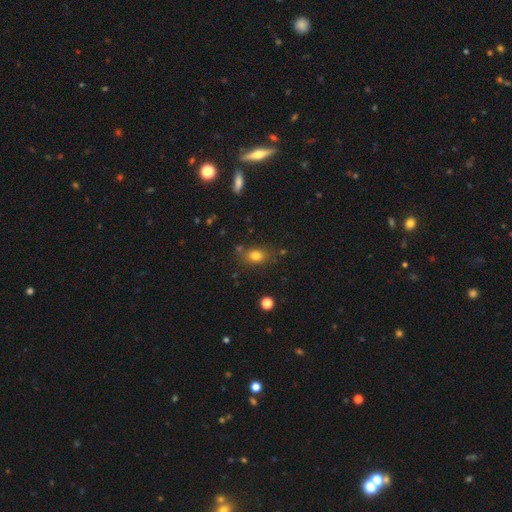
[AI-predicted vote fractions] This is likely a smooth galaxy (79%). How rounded: likely in between (65%). Merging: likely none (75%).